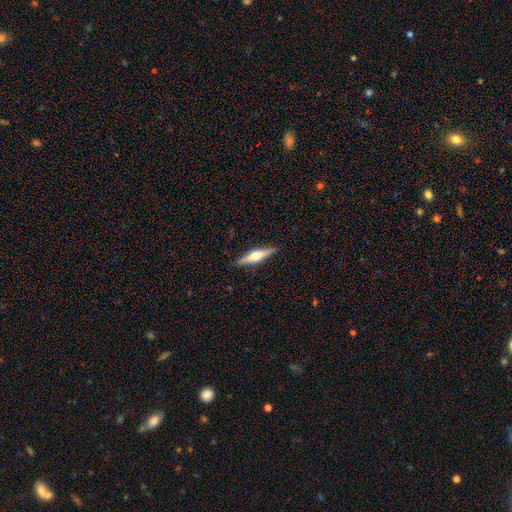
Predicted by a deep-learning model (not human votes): featured or disk 66%, smooth 28%, star or artifact 6%. Down the decision tree: edge-on disk — yes (98%); edge-on bulge — rounded (86%); merging — none (90%).